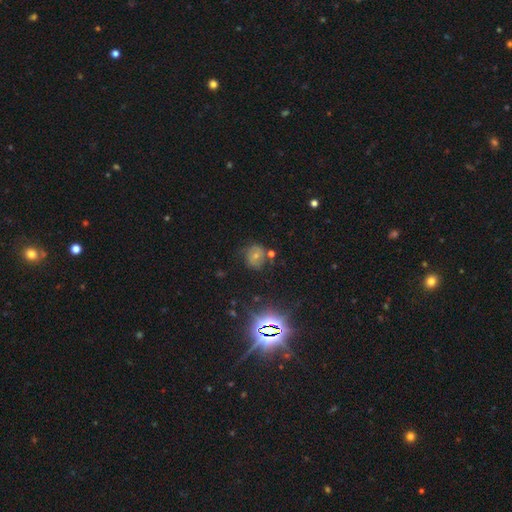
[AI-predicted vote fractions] A smooth galaxy with no disk features (45%). Merging: none (63%).